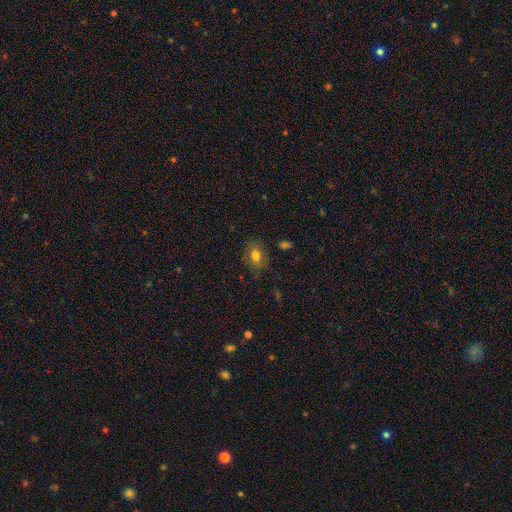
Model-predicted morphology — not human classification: A smooth galaxy with no disk features (75%) that is in between round and cigar-shaped (66%).

Vote fractions:
- Smooth or featured? smooth: 75% / featured or disk: 14% / star or artifact: 12%
- How rounded? in between: 66% / round: 32% / cigar-shaped: 2%
- Merging? none: 81% / minor disturbance: 14% / major disturbance: 4% / merger: 2%